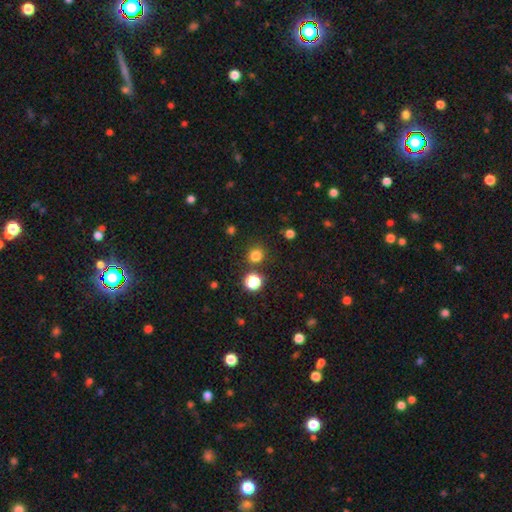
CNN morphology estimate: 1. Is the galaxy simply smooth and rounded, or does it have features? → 79% smooth, 16% star or artifact, 4% featured or disk.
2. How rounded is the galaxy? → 89% round, 10% in between, 1% cigar-shaped.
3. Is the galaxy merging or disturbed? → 84% none, 8% minor disturbance, 5% merger, 3% major disturbance.